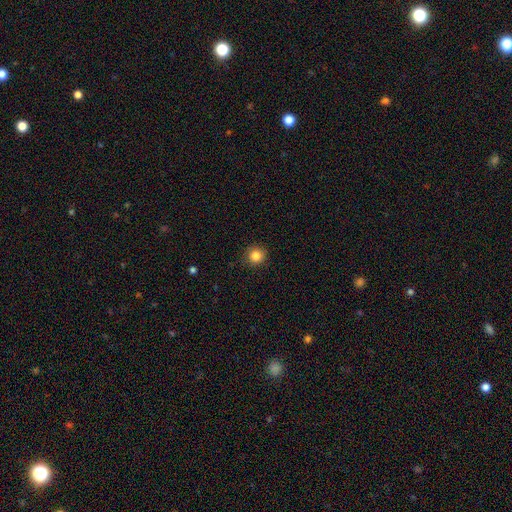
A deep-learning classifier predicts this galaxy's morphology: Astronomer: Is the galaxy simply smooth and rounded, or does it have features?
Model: smooth — 84%.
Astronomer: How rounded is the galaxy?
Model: round — 92%.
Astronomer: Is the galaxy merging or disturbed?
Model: none — 90%.